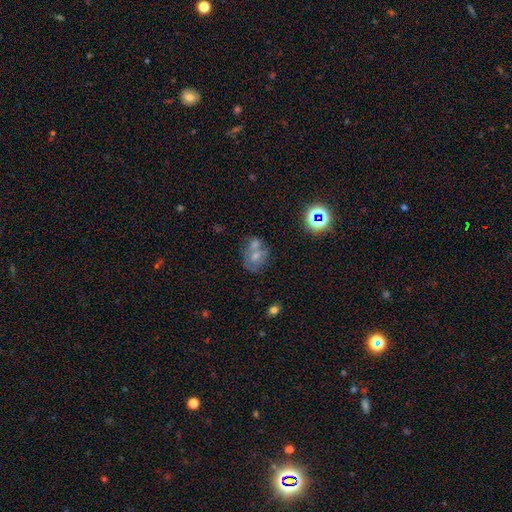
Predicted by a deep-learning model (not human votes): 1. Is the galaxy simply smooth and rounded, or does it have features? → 53% smooth, 30% featured or disk, 17% star or artifact.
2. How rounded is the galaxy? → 55% in between, 44% round, 1% cigar-shaped.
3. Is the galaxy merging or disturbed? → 42% merger, 33% none, 15% minor disturbance, 10% major disturbance.